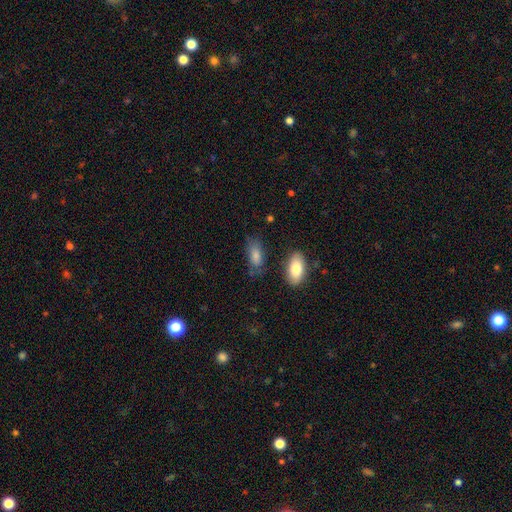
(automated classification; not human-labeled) Morphology: type=smooth (84%); roundness=in between (88%); merging=none (63%).